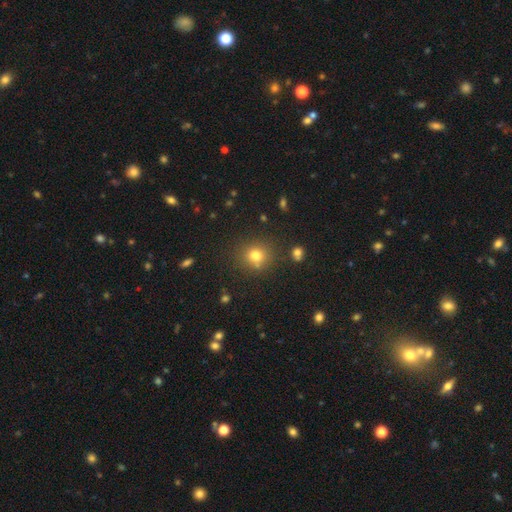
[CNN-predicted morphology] The model was most divided on "smooth or featured": smooth: 75%, star or artifact: 17%, featured or disk: 8%. More confident: how rounded — round (85%); merging — none (78%).